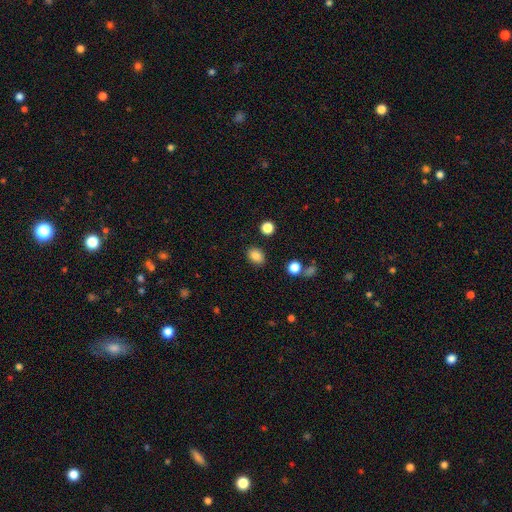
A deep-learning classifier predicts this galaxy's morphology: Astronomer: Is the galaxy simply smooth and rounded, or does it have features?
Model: smooth — 85%.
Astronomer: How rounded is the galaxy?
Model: in between — 57% (runner-up: round, 42%).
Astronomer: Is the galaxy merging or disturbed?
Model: none — 86%.